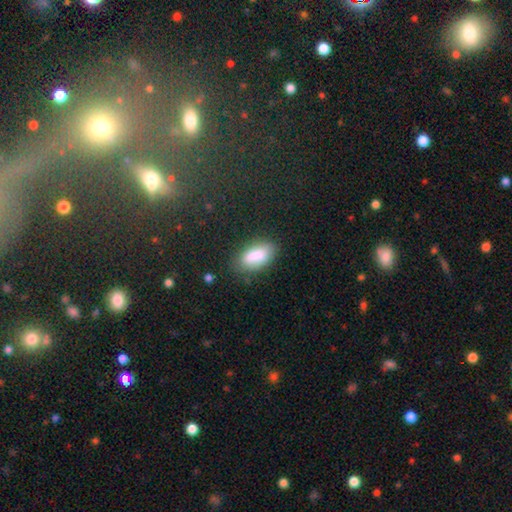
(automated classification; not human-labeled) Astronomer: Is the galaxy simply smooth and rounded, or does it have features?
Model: smooth — 83%.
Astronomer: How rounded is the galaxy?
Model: in between — 88%.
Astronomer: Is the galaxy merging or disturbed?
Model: none — 73%.